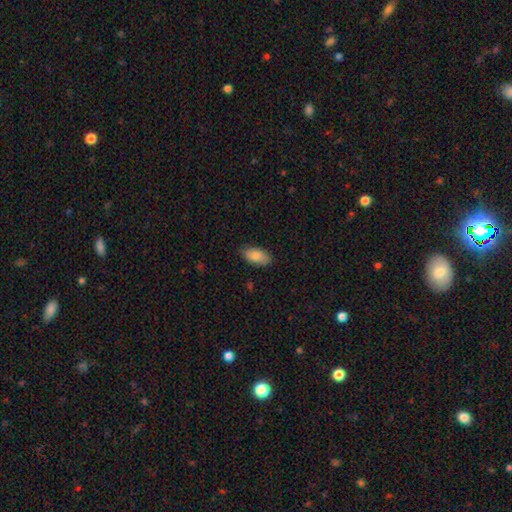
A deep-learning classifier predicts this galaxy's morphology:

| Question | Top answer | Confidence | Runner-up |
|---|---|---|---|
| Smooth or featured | smooth | 83% | featured or disk (11%) |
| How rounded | in between | 93% | cigar-shaped (4%) |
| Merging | none | 83% | minor disturbance (13%) |